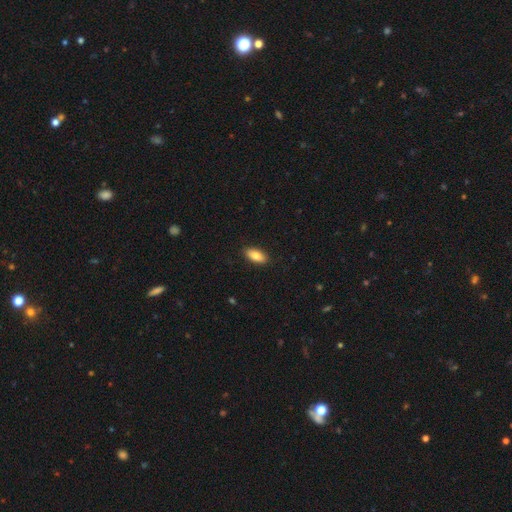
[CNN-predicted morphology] Smooth or featured?
  - smooth: 84% *
  - featured or disk: 10%
  - star or artifact: 7%
How rounded?
  - in between: 88% *
  - cigar-shaped: 9%
  - round: 3%
Merging?
  - none: 89% *
  - minor disturbance: 8%
  - major disturbance: 2%
  - merger: 1%